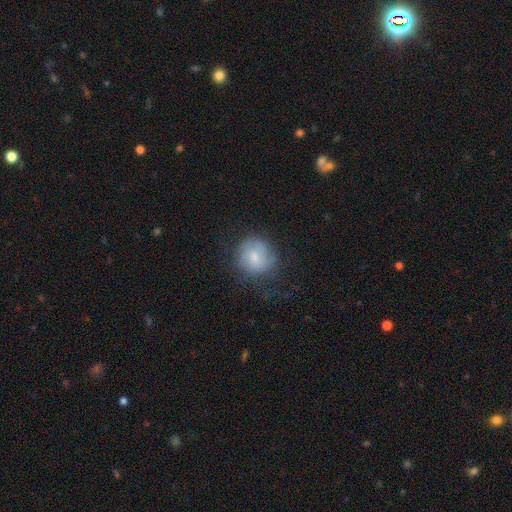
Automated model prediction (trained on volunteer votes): smooth_or_featured: smooth (p=0.59) [alt: featured or disk p=0.32]
how_rounded: round (p=0.86) [alt: in between p=0.13]
merging: none (p=0.60) [alt: minor disturbance p=0.24]